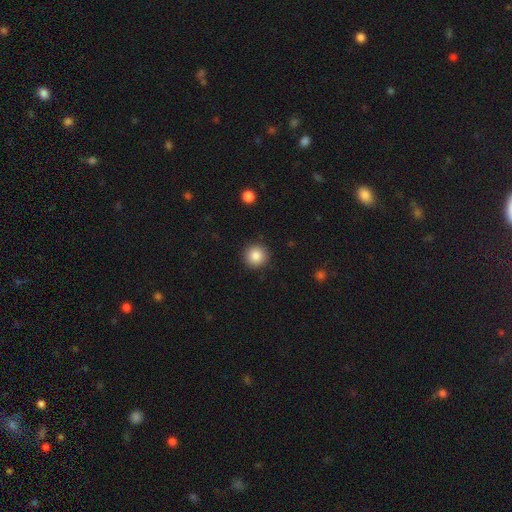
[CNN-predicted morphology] A smooth galaxy with no disk features (86%) that is round (95%).

Vote fractions:
- Smooth or featured? smooth: 86% / star or artifact: 9% / featured or disk: 5%
- How rounded? round: 95% / in between: 4% / cigar-shaped: 1%
- Merging? none: 91% / minor disturbance: 6% / major disturbance: 2% / merger: 1%